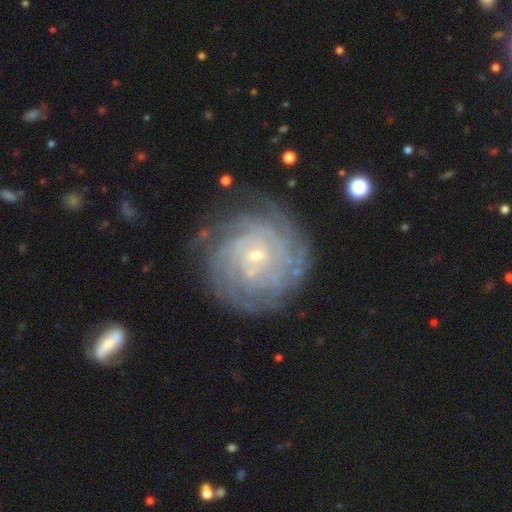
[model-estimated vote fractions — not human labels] smooth-or-featured: featured or disk: 83% | smooth: 10% | star or artifact: 7%
  disk-edge-on: no: 98% | yes: 2%
    bar: no: 72% | weak: 23% | strong: 5%
    has-spiral-arms: yes: 93% | no: 7%
      spiral-winding: tight: 82% | medium: 14% | loose: 4%
      spiral-arm-count: can't tell: 39% | 4: 18% | more than 4: 17% | 3: 10% | 2: 9% | 1: 7%
    bulge-size: small: 83% | moderate: 13% | none: 2% | large: 1% | dominant: 1%
  merging: none: 75% | minor disturbance: 16% | major disturbance: 7% | merger: 2%